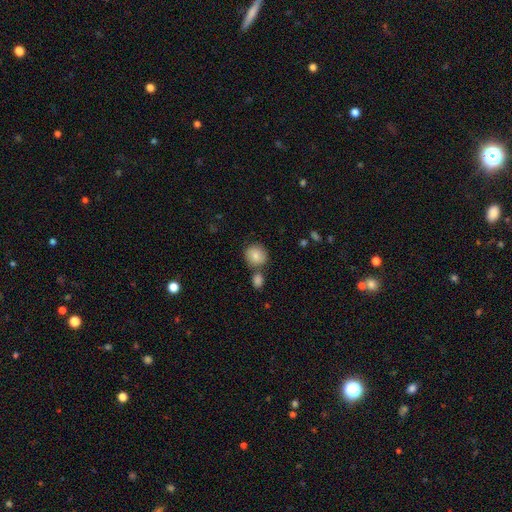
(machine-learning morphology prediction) This is clearly a smooth galaxy (83%). How rounded: clearly round (86%). Merging: likely none (65%).